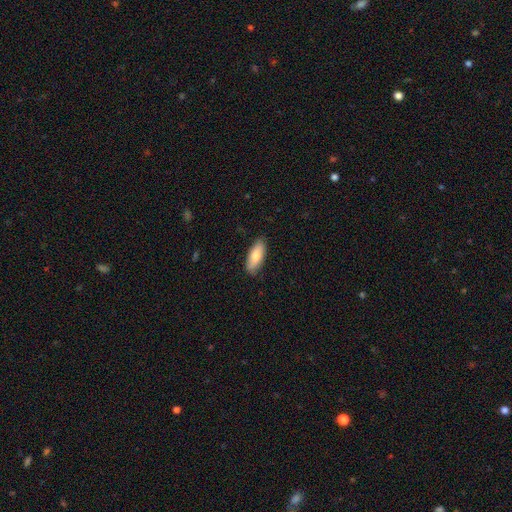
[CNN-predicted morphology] A smooth galaxy with no disk features (78%) that is in between round and cigar-shaped (75%).

Vote fractions:
- Smooth or featured? smooth: 78% / featured or disk: 16% / star or artifact: 6%
- How rounded? in between: 75% / cigar-shaped: 23% / round: 2%
- Merging? none: 86% / minor disturbance: 11% / major disturbance: 2% / merger: 1%